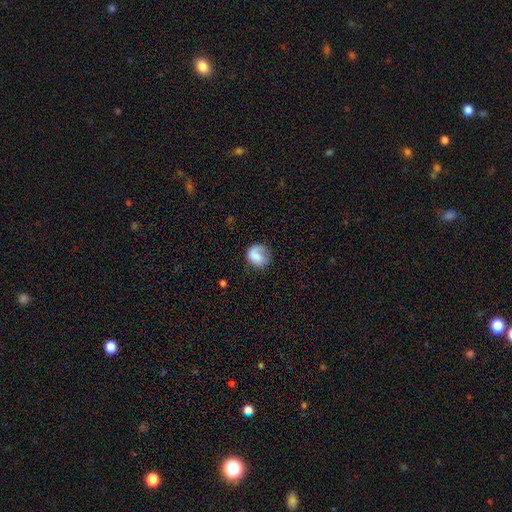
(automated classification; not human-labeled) Smooth or featured?
  - smooth: 76% *
  - featured or disk: 16%
  - star or artifact: 7%
How rounded?
  - round: 75% *
  - in between: 24%
  - cigar-shaped: 1%
Merging?
  - none: 59% *
  - minor disturbance: 24%
  - major disturbance: 15%
  - merger: 2%